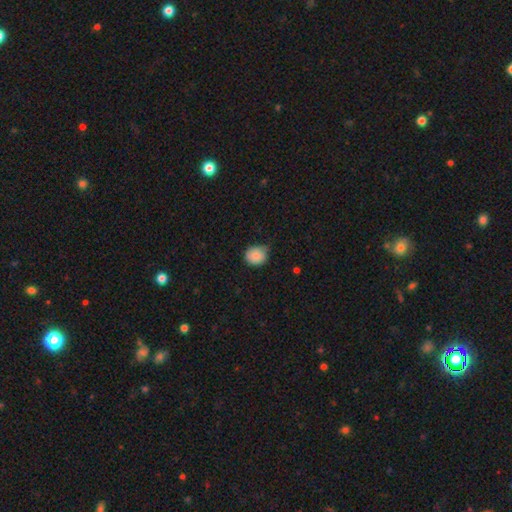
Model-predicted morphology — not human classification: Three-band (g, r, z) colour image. It shows a smooth galaxy with no disk features (85%) that is round (74%). Merging: none (60%).